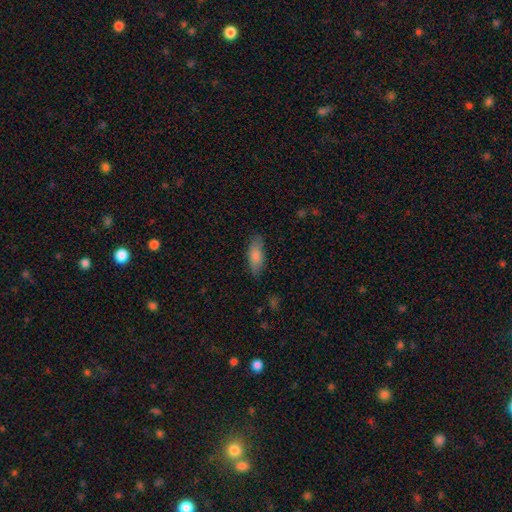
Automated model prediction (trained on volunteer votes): The model was most divided on "how rounded": in between: 75%, cigar-shaped: 22%, round: 2%. More confident: smooth or featured — smooth (83%); merging — none (78%).